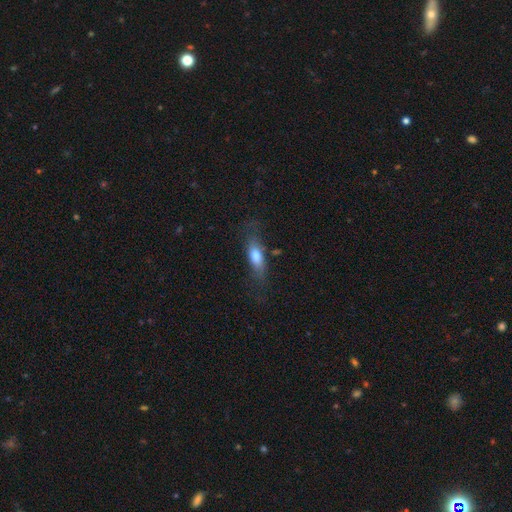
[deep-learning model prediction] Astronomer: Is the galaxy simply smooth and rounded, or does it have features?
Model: smooth — 70%.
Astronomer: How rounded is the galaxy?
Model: in between — 64%.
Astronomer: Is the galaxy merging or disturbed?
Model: none — 62%.